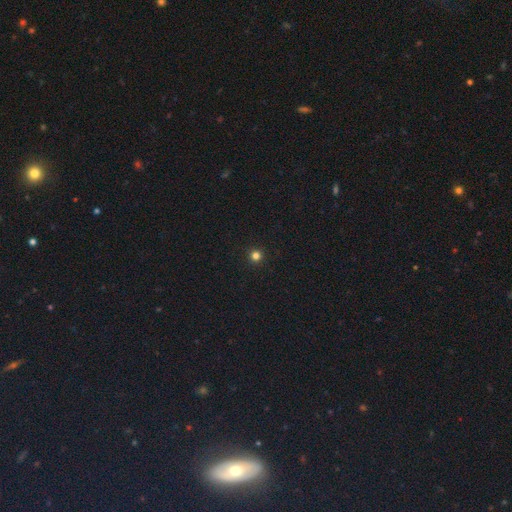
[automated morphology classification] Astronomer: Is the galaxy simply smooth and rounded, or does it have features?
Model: smooth — 80%.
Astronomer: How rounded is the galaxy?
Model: round — 96%.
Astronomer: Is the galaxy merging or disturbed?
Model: none — 94%.